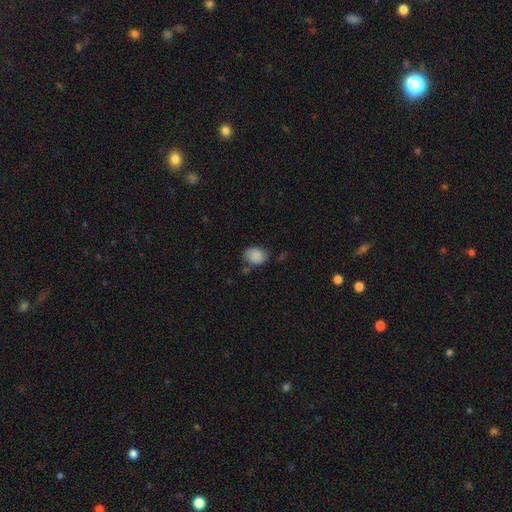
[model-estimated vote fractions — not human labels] Q: Smooth or featured?
A: smooth (86%); runner-up: star or artifact (8%)
Q: How rounded?
A: in between (61%); runner-up: round (38%)
Q: Merging?
A: none (63%); runner-up: minor disturbance (25%)